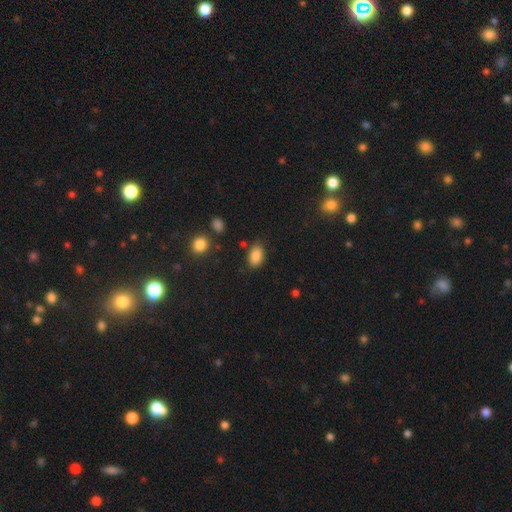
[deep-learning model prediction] A smooth galaxy with no disk features (86%) that is in between round and cigar-shaped (89%).

Vote fractions:
- Smooth or featured? smooth: 86% / star or artifact: 9% / featured or disk: 5%
- How rounded? in between: 89% / round: 9% / cigar-shaped: 2%
- Merging? none: 81% / minor disturbance: 13% / major disturbance: 3% / merger: 3%